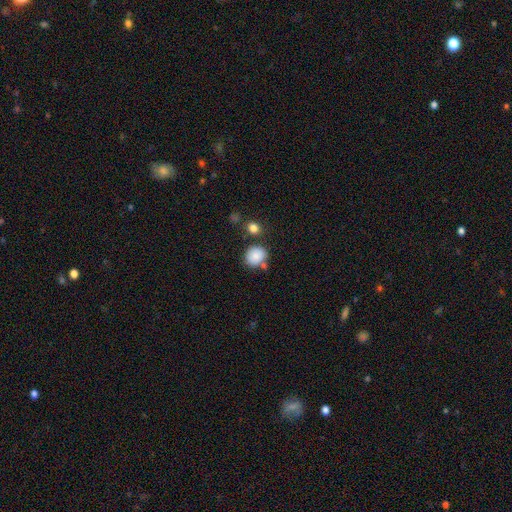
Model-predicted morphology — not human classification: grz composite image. It shows a smooth galaxy with no disk features (84%) that is round (75%). Merging: none (68%).